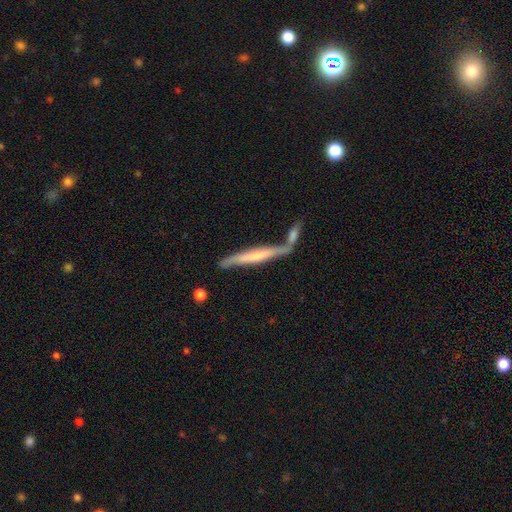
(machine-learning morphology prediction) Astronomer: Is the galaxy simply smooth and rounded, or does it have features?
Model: featured or disk — 53% (runner-up: smooth, 41%).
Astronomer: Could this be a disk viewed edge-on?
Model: yes — 89%.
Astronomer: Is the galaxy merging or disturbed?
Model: none — 48% (runner-up: merger, 34%).